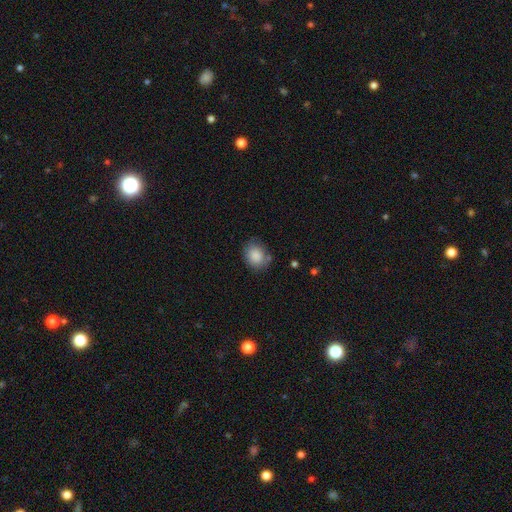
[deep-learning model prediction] Morphology: type=smooth (87%); roundness=round (54%); merging=none (73%).